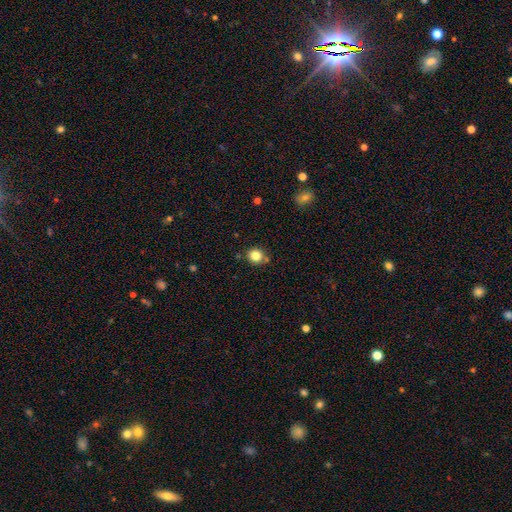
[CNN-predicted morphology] A smooth galaxy with no disk features (83%) that is round (89%).

Vote fractions:
- Smooth or featured? smooth: 83% / star or artifact: 11% / featured or disk: 6%
- How rounded? round: 89% / in between: 10% / cigar-shaped: 1%
- Merging? none: 81% / minor disturbance: 10% / merger: 6% / major disturbance: 3%